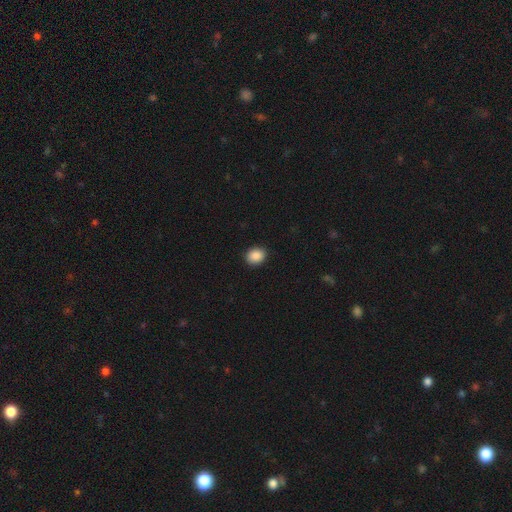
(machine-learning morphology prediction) The model was most divided on "how rounded": round: 55%, in between: 44%, cigar-shaped: 1%. More confident: merging — none (90%); smooth or featured — smooth (89%).